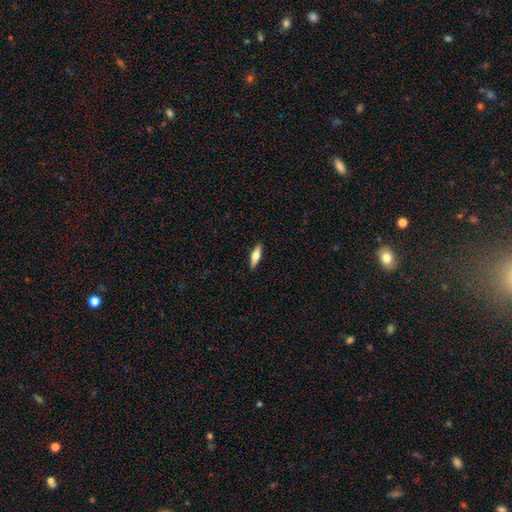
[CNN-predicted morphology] smooth 57%, featured or disk 37%, star or artifact 6%. Down the decision tree: how rounded — cigar-shaped (58%); merging — none (89%).